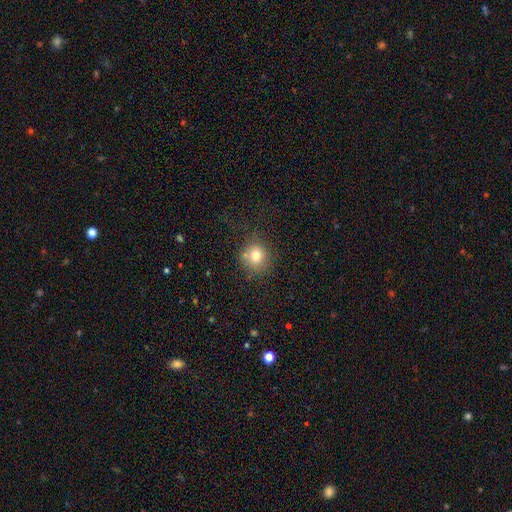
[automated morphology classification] Smooth or featured: smooth — 76% (star or artifact — 13%)
How rounded: round — 88% (in between — 11%)
Merging: none — 71% (minor disturbance — 15%)